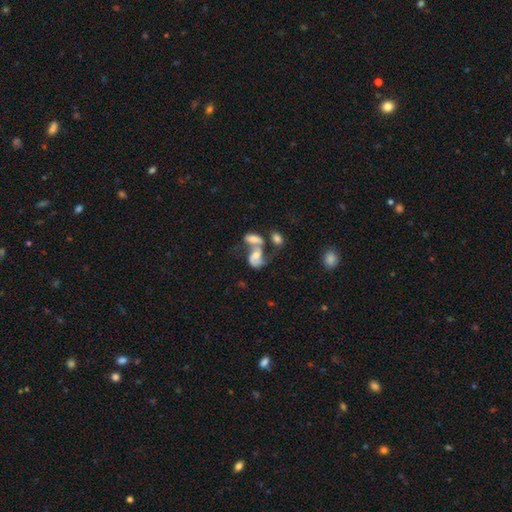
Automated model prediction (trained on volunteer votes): Morphology: type=featured or disk (57%); edge-on=no (95%); bar=no (65%); spiral arms=yes (74%); bulge=moderate (49%); merging=merger (63%).